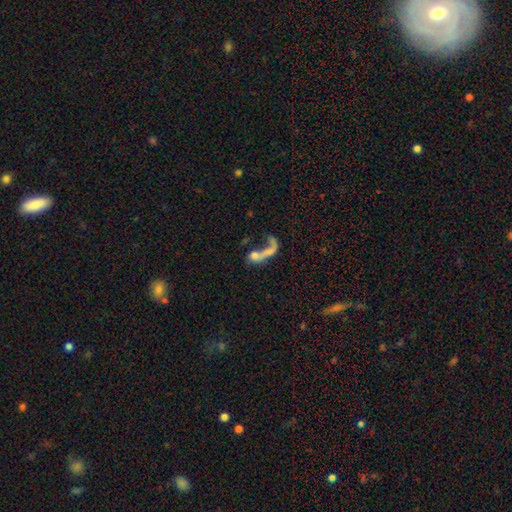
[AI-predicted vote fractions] This appears to be a smooth galaxy with no disk features (45%). Merging: merger (42%).